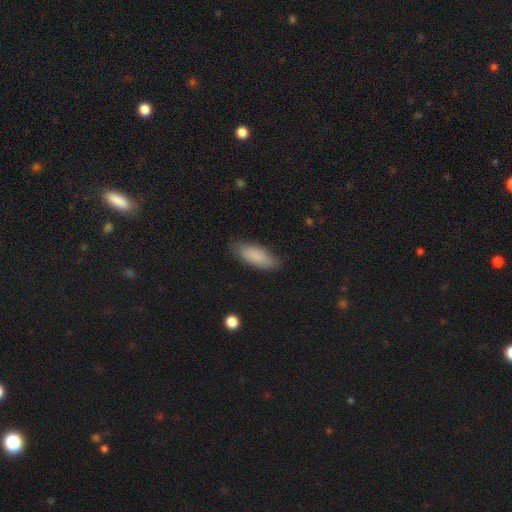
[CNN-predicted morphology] Smooth or featured: smooth — 87% (featured or disk — 7%)
How rounded: in between — 70% (cigar-shaped — 28%)
Merging: none — 83% (minor disturbance — 13%)